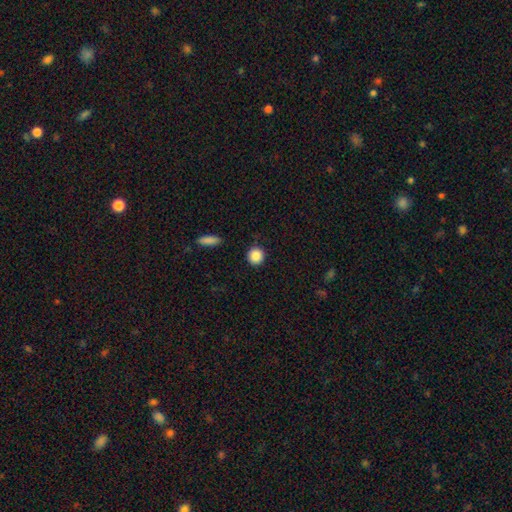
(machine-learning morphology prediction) Smooth or featured? smooth (88%)
How rounded? round (93%)
Merging? none (89%)